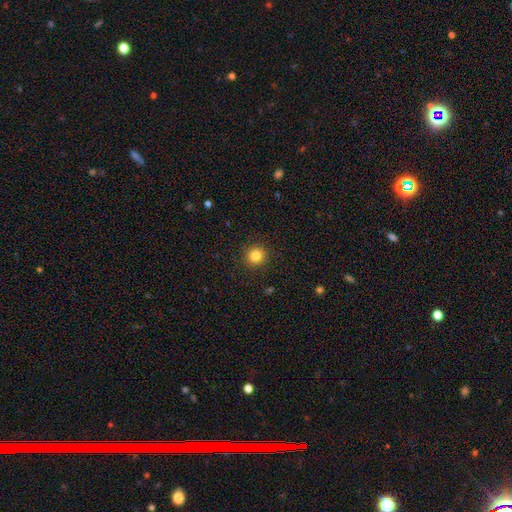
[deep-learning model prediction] Smooth or featured? smooth (83%)
How rounded? round (93%)
Merging? none (92%)